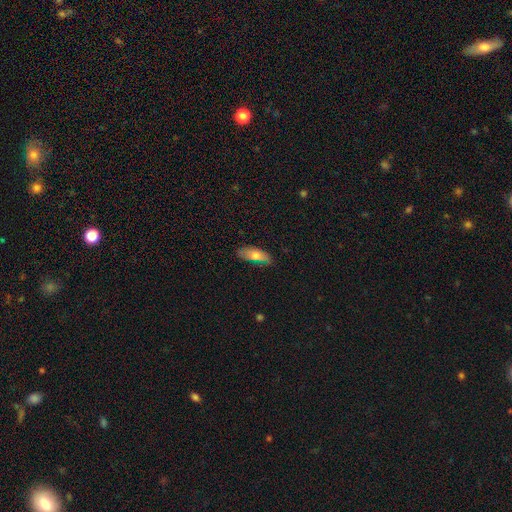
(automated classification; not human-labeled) smooth 70%, featured or disk 21%, star or artifact 9%. Down the decision tree: how rounded — in between (77%); merging — none (64%).